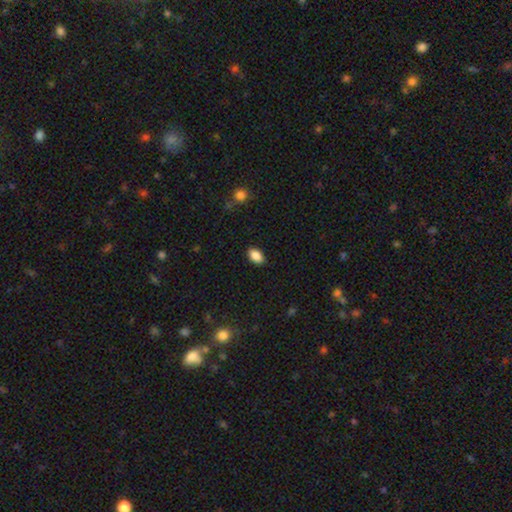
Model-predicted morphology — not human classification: This appears to be a smooth galaxy with no disk features (87%) that is in between round and cigar-shaped (89%). Merging: none (87%).